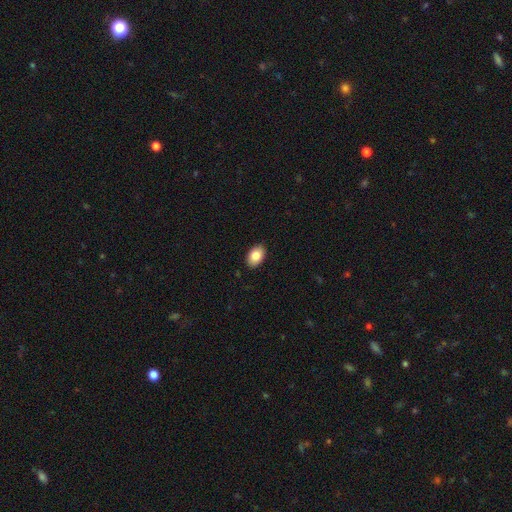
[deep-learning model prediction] A smooth galaxy with no disk features (85%) that is in between round and cigar-shaped (89%).

Vote fractions:
- Smooth or featured? smooth: 85% / featured or disk: 8% / star or artifact: 7%
- How rounded? in between: 89% / round: 10% / cigar-shaped: 1%
- Merging? none: 89% / minor disturbance: 8% / major disturbance: 2% / merger: 1%